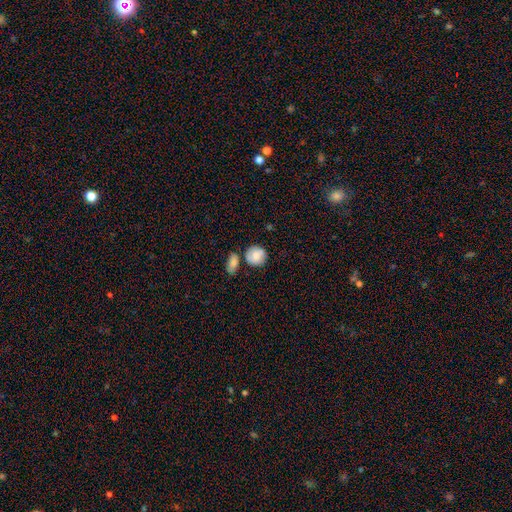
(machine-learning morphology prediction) smooth 74%, featured or disk 19%, star or artifact 8%. Down the decision tree: how rounded — round (80%); merging — none (57%).